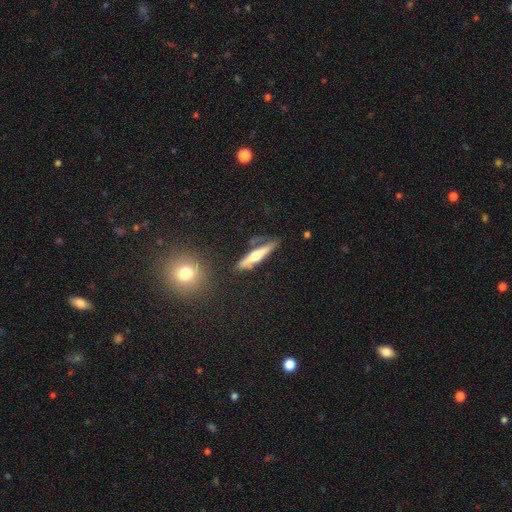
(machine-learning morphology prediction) A featured or disk galaxy (59%) viewed edge-on (93%) with a rounded central bulge (87%).

Vote fractions:
- Smooth or featured? featured or disk: 59% / smooth: 34% / star or artifact: 7%
- Edge-on disk? yes: 93% / no: 7%
- Edge-on bulge? rounded: 87% / none: 7% / boxy: 6%
- Merging? none: 75% / minor disturbance: 15% / merger: 6% / major disturbance: 4%